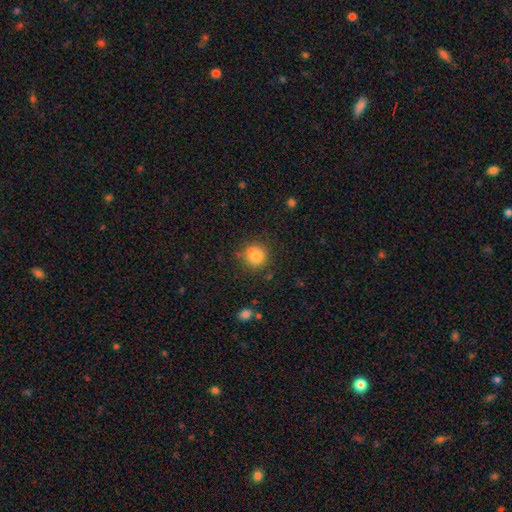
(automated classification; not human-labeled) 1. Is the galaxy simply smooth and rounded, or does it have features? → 84% smooth, 11% star or artifact, 5% featured or disk.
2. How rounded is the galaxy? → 91% round, 8% in between, 1% cigar-shaped.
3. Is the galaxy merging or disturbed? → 83% none, 12% minor disturbance, 3% major disturbance, 2% merger.